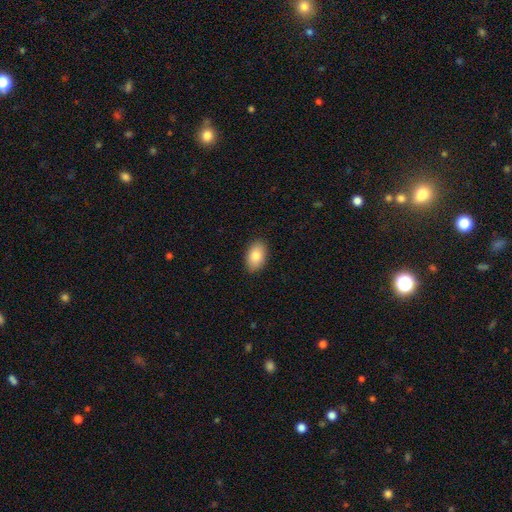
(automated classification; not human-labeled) A smooth galaxy with no disk features (85%) that is in between round and cigar-shaped (92%). Merging: none (89%).